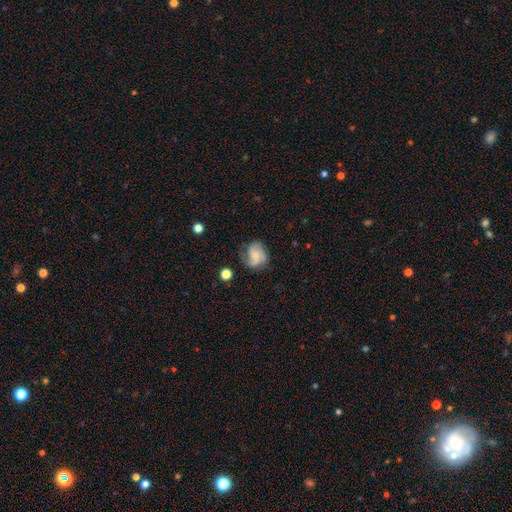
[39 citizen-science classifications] Smooth or featured?
  - featured or disk: 74% *
  - smooth: 23%
  - star or artifact: 3%
Edge-on disk?
  - no: 97% *
  - yes: 3%
Bar?
  - no: 68% *
  - weak: 21%
  - strong: 11%
Spiral arms?
  - yes: 86% *
  - no: 14%
Spiral winding?
  - medium: 46% *
  - loose: 29%
  - tight: 25%
Spiral arm count?
  - 2: 50% *
  - 3: 38%
  - 1: 8%
  - can't tell: 4%
  - 4: 0%
  - more than 4: 0%
Bulge size?
  - small: 50% *
  - none: 25%
  - moderate: 18%
  - large: 7%
  - dominant: 0%
Merging?
  - none: 63% *
  - minor disturbance: 24%
  - major disturbance: 11%
  - merger: 3%